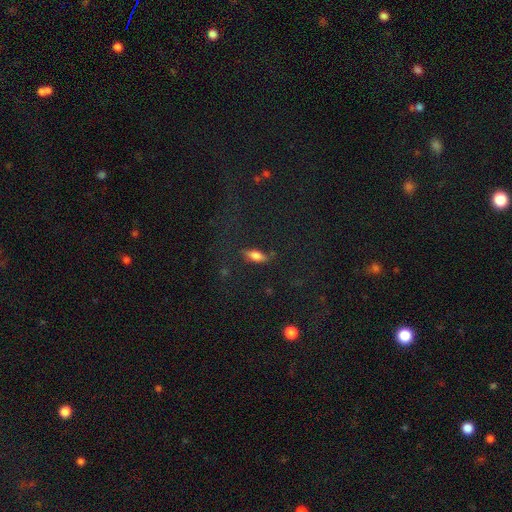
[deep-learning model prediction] Morphology: type=smooth (73%); roundness=in between (72%); merging=none (78%).